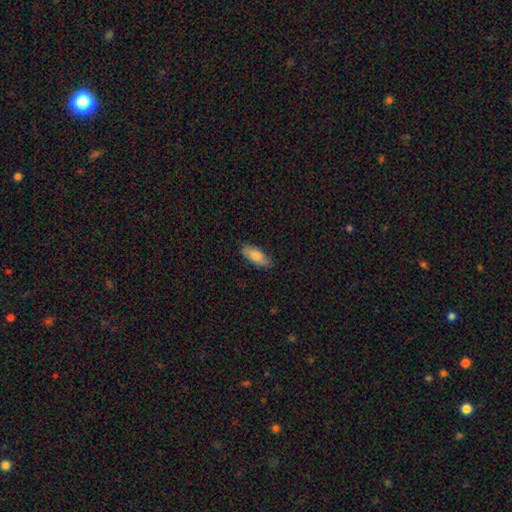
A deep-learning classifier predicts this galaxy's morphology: A smooth galaxy with no disk features (82%) that is in between round and cigar-shaped (74%). Merging: none (84%).